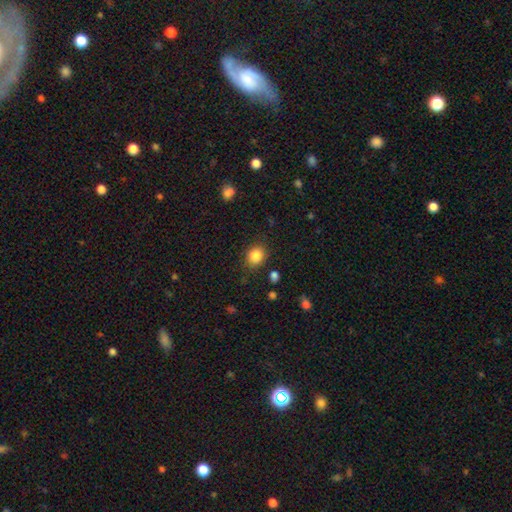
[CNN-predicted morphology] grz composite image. It shows a smooth galaxy with no disk features (85%) that is round (61%). Merging: none (83%).